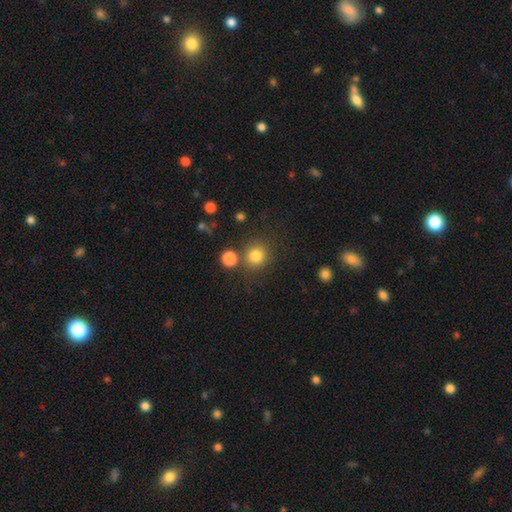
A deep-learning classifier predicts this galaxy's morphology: Smooth or featured? smooth (81%)
How rounded? round (91%)
Merging? none (78%)